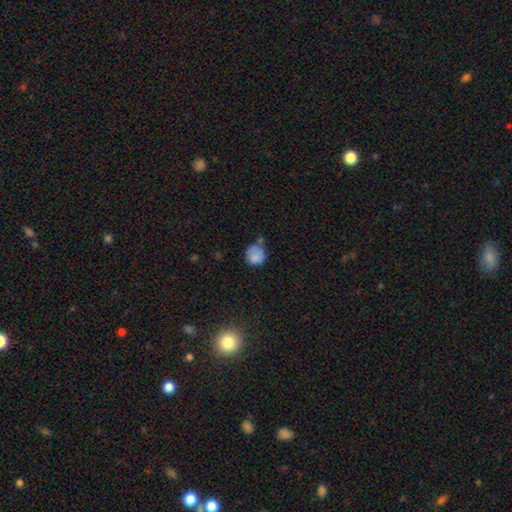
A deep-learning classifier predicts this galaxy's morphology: Overall: smooth (81%). How rounded: round (80%). Merging: none (48%; minor disturbance 29%).